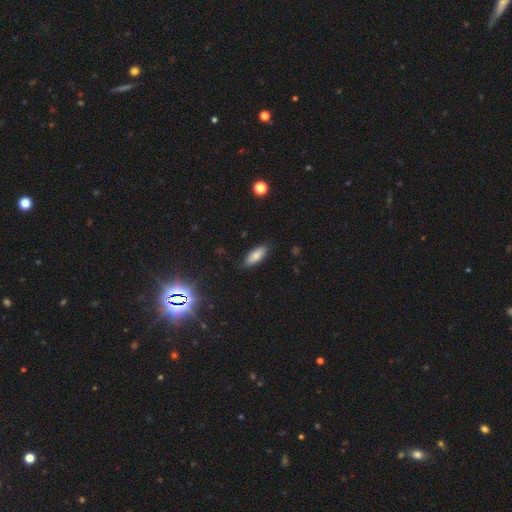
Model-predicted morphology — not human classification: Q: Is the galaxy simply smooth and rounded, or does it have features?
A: smooth — 79%.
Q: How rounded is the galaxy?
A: in between — 73%.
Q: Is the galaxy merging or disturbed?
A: none — 83%.